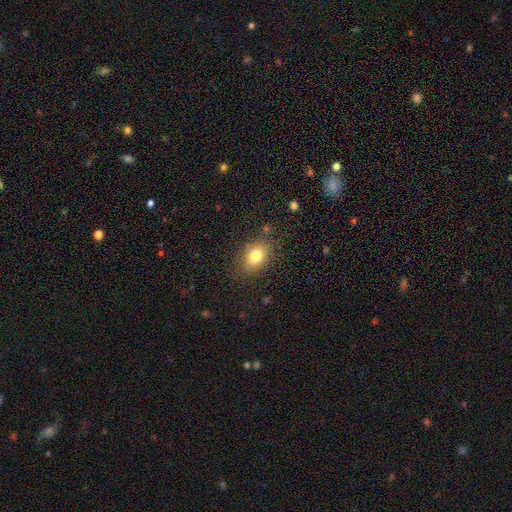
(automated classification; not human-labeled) smooth_or_featured: smooth (p=0.79) [alt: star or artifact p=0.10]
how_rounded: in between (p=0.67) [alt: round p=0.32]
merging: none (p=0.80) [alt: minor disturbance p=0.14]